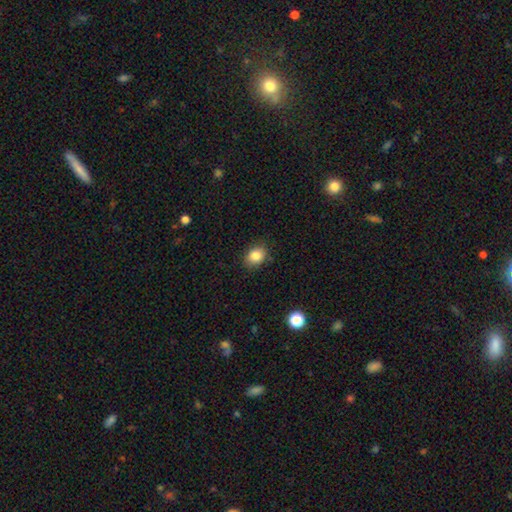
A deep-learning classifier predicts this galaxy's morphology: Smooth or featured? smooth (84%)
How rounded? in between (57%)
Merging? none (84%)